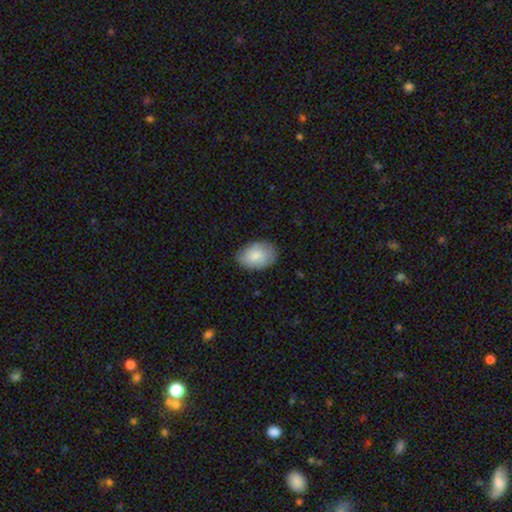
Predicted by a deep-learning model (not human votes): Smooth or featured? Predicted: smooth (p=0.80). How rounded? Predicted: in between (p=0.87). Merging? Predicted: none (p=0.79).